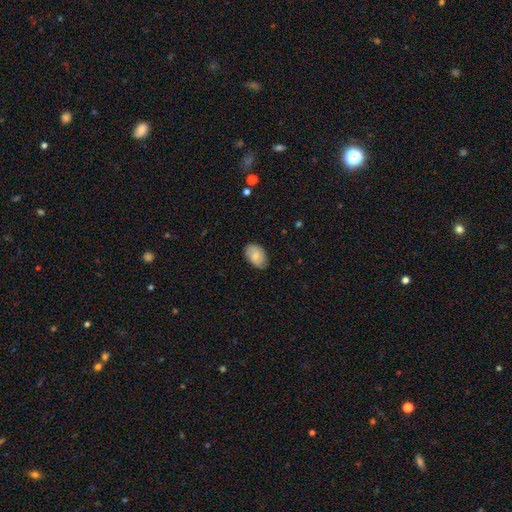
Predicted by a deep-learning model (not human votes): Overall: smooth (68%). How rounded: in between (86%). Merging: none (80%).